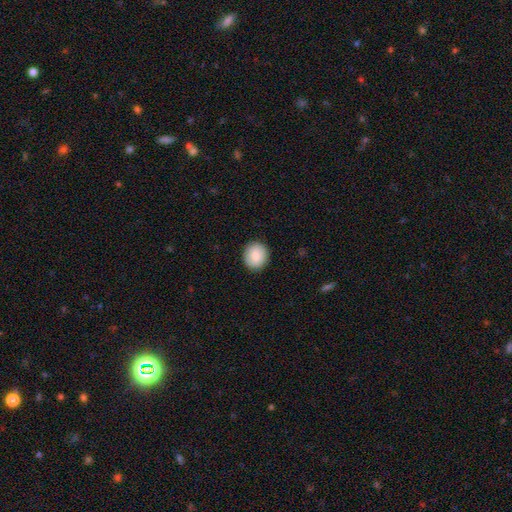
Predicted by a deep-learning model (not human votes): The model was most divided on "how rounded": round: 77%, in between: 22%, cigar-shaped: 1%. More confident: merging — none (90%); smooth or featured — smooth (83%).